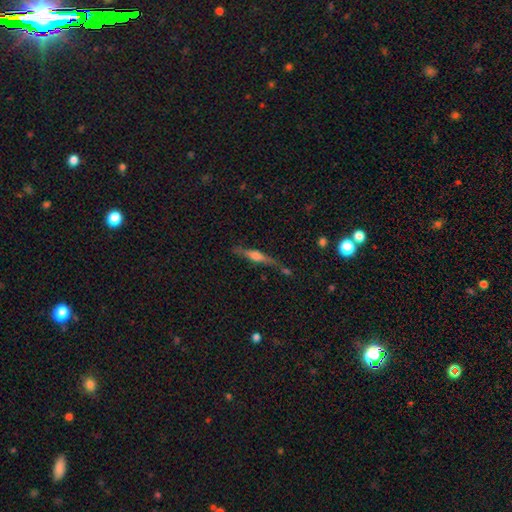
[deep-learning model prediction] Smooth or featured: featured or disk — 69% (smooth — 22%)
Edge-on disk: yes — 96% (no — 4%)
Edge-on bulge: rounded — 80% (boxy — 15%)
Merging: none — 74% (minor disturbance — 15%)